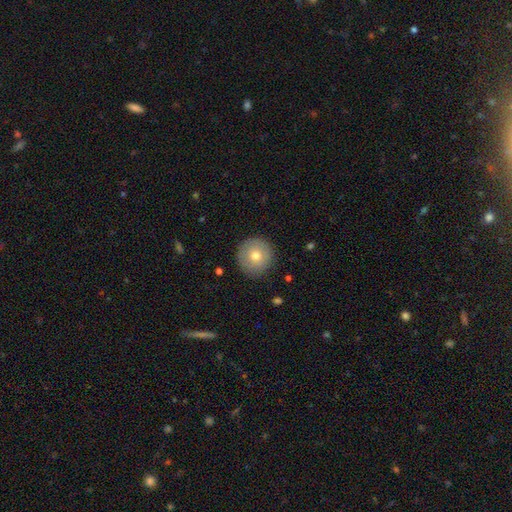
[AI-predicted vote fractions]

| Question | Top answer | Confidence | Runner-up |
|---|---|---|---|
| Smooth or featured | smooth | 73% | featured or disk (19%) |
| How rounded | round | 95% | in between (4%) |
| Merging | none | 89% | minor disturbance (8%) |